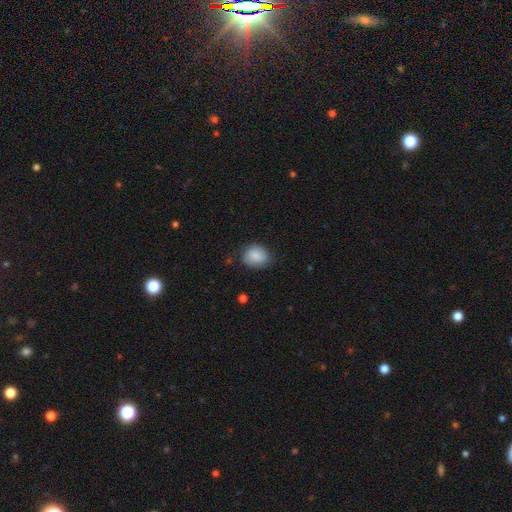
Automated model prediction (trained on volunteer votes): Overall: smooth (80%). How rounded: round (53%; in between 46%). Merging: none (74%).